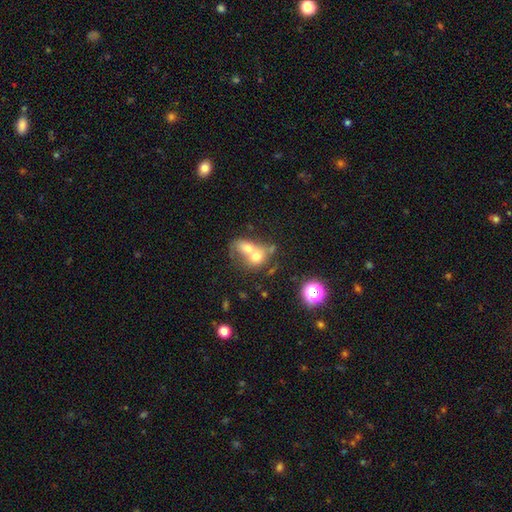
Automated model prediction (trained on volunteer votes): Q: Smooth or featured?
A: smooth (63%); runner-up: featured or disk (24%)
Q: How rounded?
A: round (53%); runner-up: in between (46%)
Q: Merging?
A: merger (74%); runner-up: none (17%)